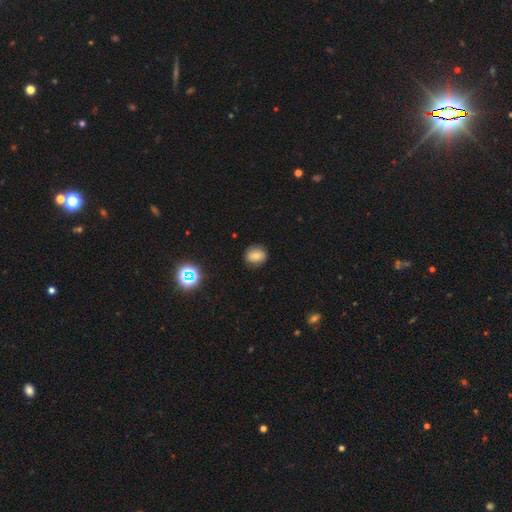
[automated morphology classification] A smooth galaxy with no disk features (72%) that is round (66%). Merging: none (84%).